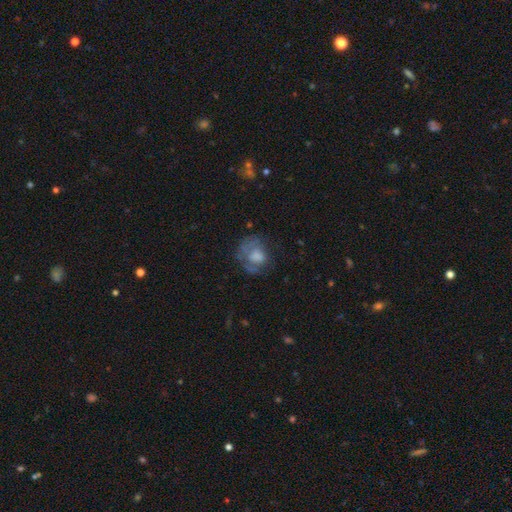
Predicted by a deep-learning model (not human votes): Smooth or featured: smooth — 46% (featured or disk — 43%)
Merging: none — 44% (major disturbance — 29%)